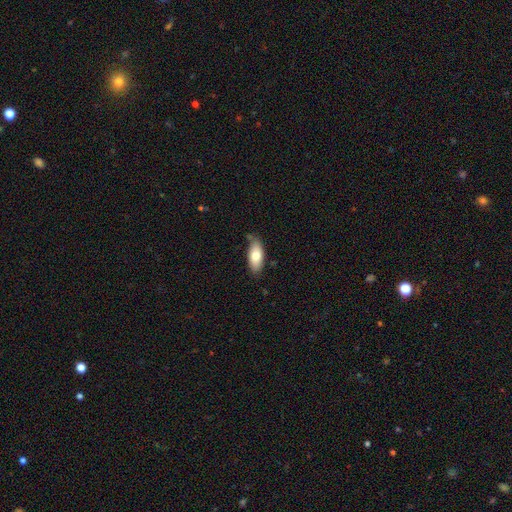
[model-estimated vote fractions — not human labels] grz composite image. It shows a smooth galaxy with no disk features (77%) that is in between round and cigar-shaped (86%). Merging: none (72%).